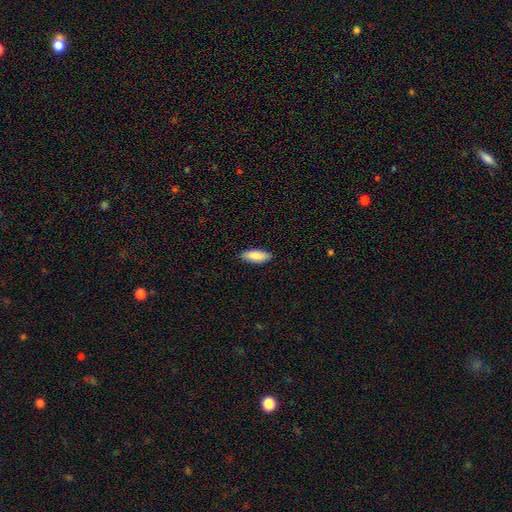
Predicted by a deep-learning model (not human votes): Q: Smooth or featured?
A: smooth (88%); runner-up: featured or disk (7%)
Q: How rounded?
A: in between (73%); runner-up: cigar-shaped (26%)
Q: Merging?
A: none (89%); runner-up: minor disturbance (8%)